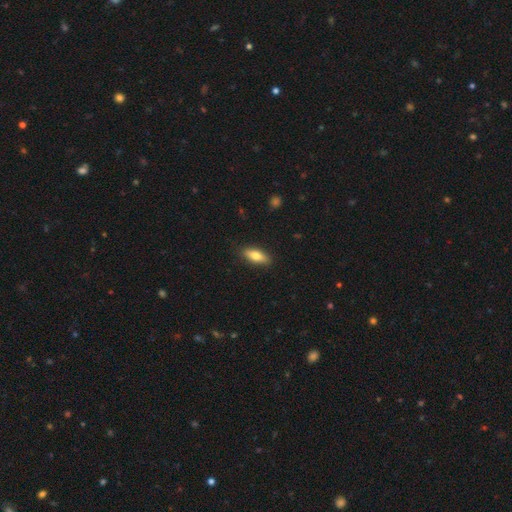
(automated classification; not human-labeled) smooth-or-featured: smooth: 73% | featured or disk: 21% | star or artifact: 6%
  how-rounded: in between: 66% | cigar-shaped: 31% | round: 3%
  merging: none: 87% | minor disturbance: 10% | major disturbance: 2% | merger: 1%